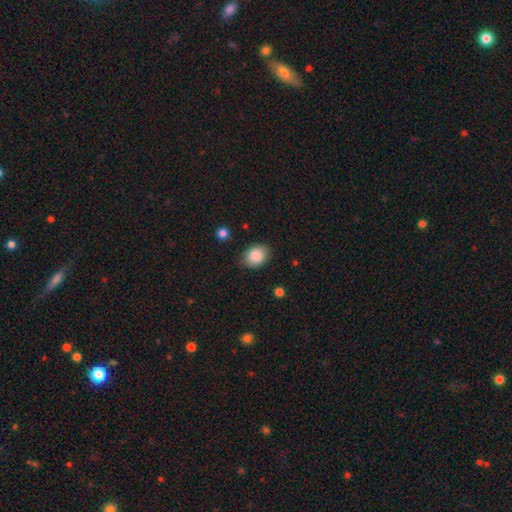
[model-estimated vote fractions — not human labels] Smooth or featured: smooth — 88% (star or artifact — 7%)
How rounded: in between — 69% (round — 30%)
Merging: none — 81% (minor disturbance — 14%)